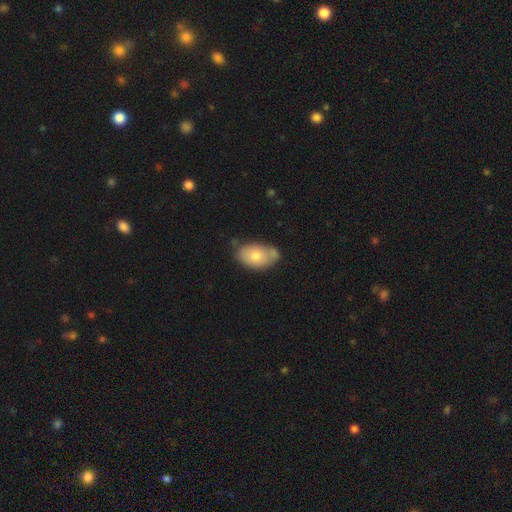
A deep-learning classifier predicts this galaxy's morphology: Overall: smooth (73%). How rounded: in between (90%). Merging: none (54%; minor disturbance 28%).